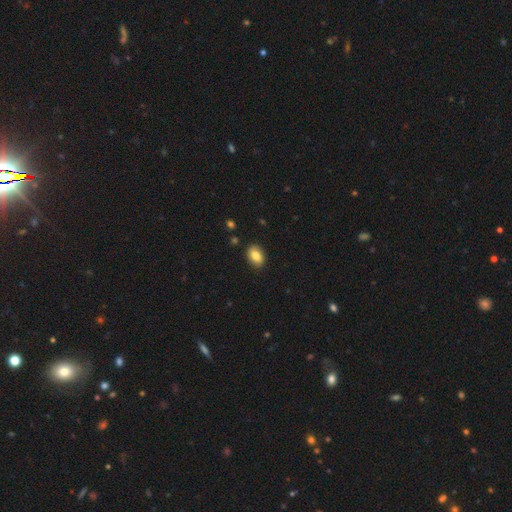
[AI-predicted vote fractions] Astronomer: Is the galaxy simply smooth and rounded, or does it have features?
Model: smooth — 83%.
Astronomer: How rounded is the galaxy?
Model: in between — 85%.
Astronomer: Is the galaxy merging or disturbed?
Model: none — 88%.